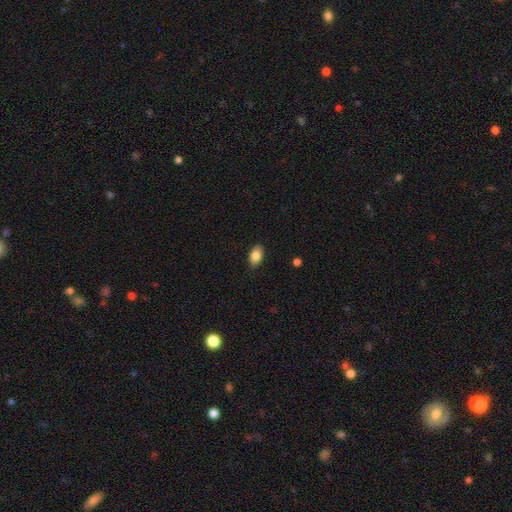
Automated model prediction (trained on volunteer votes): A smooth galaxy with no disk features (85%) that is in between round and cigar-shaped (90%). Merging: none (88%).